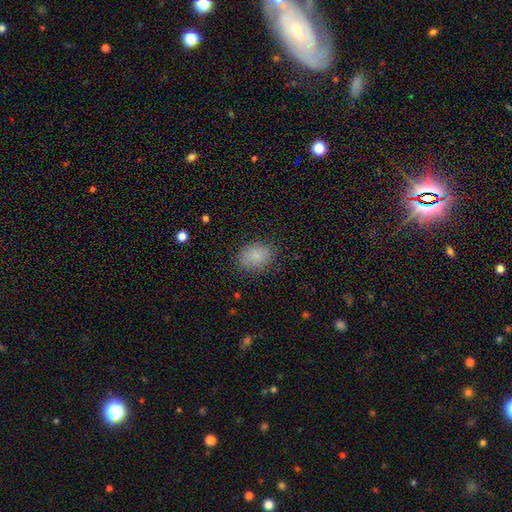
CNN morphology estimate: Smooth or featured?
  - smooth: 85% *
  - star or artifact: 9%
  - featured or disk: 6%
How rounded?
  - in between: 67% *
  - round: 32%
  - cigar-shaped: 1%
Merging?
  - none: 82% *
  - minor disturbance: 13%
  - major disturbance: 4%
  - merger: 1%